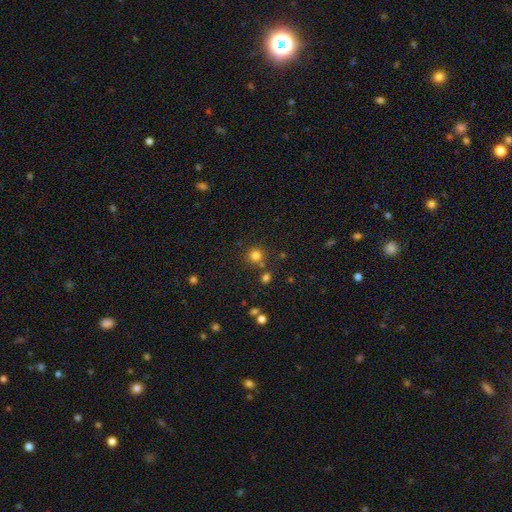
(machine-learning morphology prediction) Q: Smooth or featured?
A: smooth (78%); runner-up: star or artifact (16%)
Q: How rounded?
A: round (92%); runner-up: in between (7%)
Q: Merging?
A: none (77%); runner-up: merger (12%)